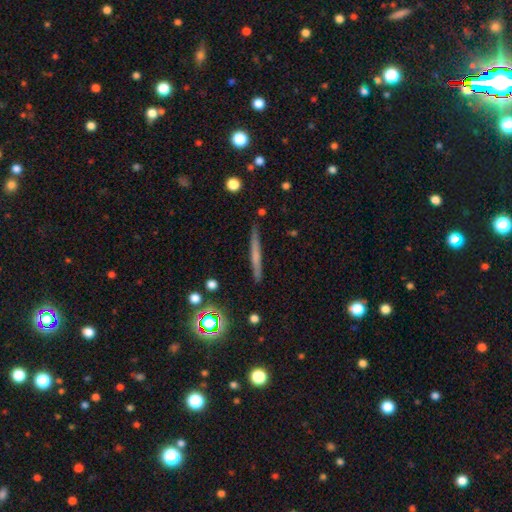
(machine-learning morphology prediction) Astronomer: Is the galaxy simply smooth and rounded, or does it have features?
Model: smooth — 49% (runner-up: featured or disk, 40%).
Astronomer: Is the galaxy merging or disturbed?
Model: none — 88%.